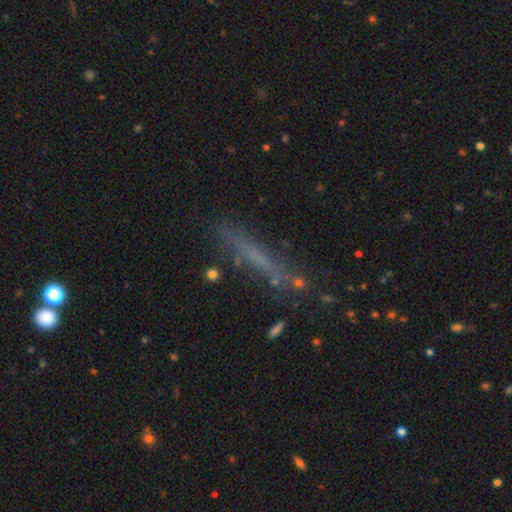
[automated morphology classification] smooth 50%, featured or disk 37%, star or artifact 13%. Down the decision tree: merging — none (72%).